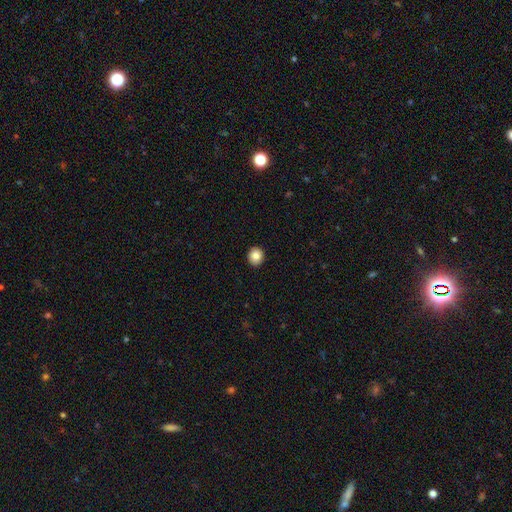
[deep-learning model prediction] Morphology: type=smooth (85%); roundness=round (87%); merging=none (93%).